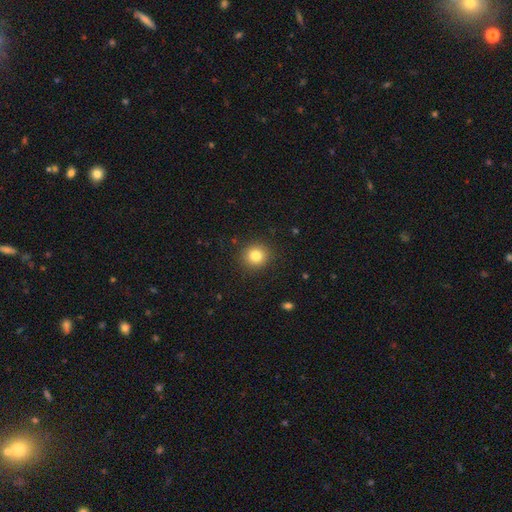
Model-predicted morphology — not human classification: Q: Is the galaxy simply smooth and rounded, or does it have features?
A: smooth — 82%.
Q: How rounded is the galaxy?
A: round — 89%.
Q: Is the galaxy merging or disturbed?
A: none — 90%.